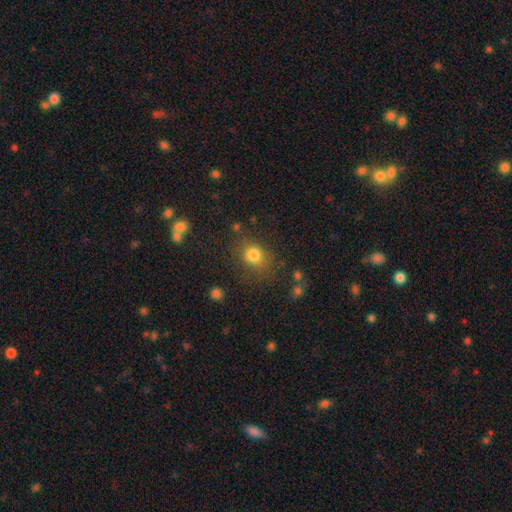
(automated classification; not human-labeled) The model was most divided on "how rounded": round: 60%, in between: 39%, cigar-shaped: 1%. More confident: smooth or featured — smooth (78%); merging — none (72%).